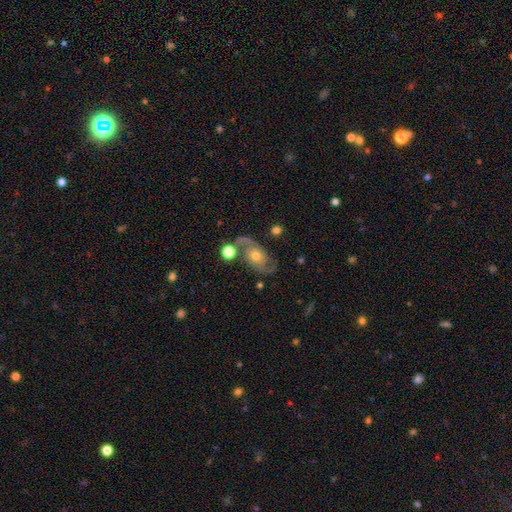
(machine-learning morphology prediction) Overall: featured or disk (84%). Edge-on disk: no (97%). Bar: no (76%). Spiral arms: yes (96%). Spiral arm count: 2 (91%). Spiral winding: medium (49%; loose 31%). Bulge size: moderate (67%). Merging: none (68%).